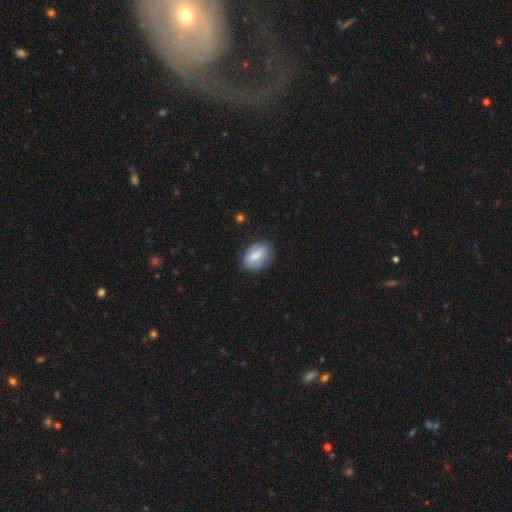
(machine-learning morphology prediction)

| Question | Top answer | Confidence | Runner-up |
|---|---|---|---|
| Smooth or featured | smooth | 68% | featured or disk (26%) |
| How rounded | in between | 85% | round (12%) |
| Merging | none | 72% | minor disturbance (22%) |